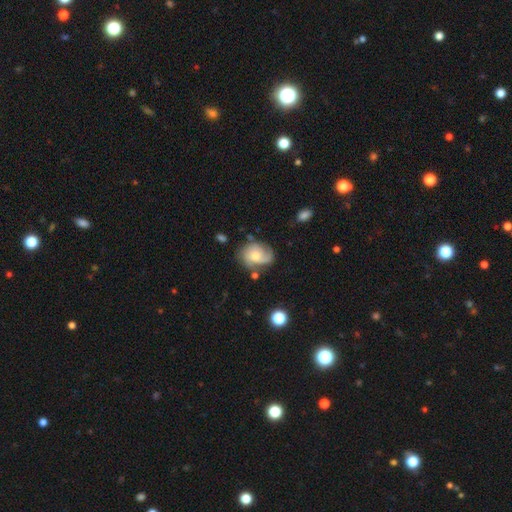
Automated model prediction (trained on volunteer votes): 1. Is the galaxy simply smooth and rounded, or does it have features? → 53% featured or disk, 39% smooth, 8% star or artifact.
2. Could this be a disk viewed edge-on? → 97% no, 3% yes.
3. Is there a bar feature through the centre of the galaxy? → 74% no, 24% weak, 3% strong.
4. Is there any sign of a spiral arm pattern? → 85% yes, 15% no.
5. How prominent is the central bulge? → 45% moderate, 43% small, 5% none, 5% large, 1% dominant.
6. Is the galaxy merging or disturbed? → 58% none, 25% minor disturbance, 12% major disturbance, 5% merger.